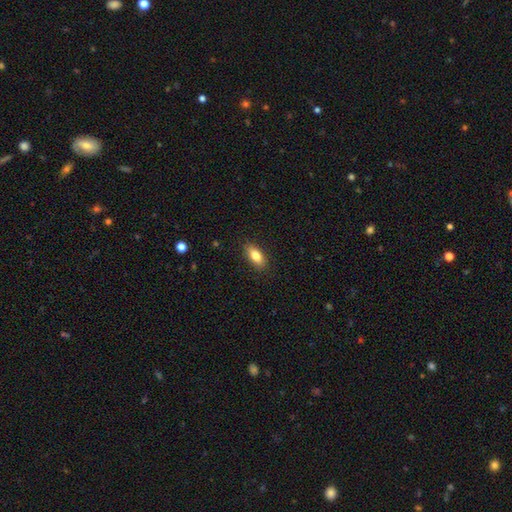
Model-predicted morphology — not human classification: type=smooth (82%); roundness=in between (86%); merging=none (87%).